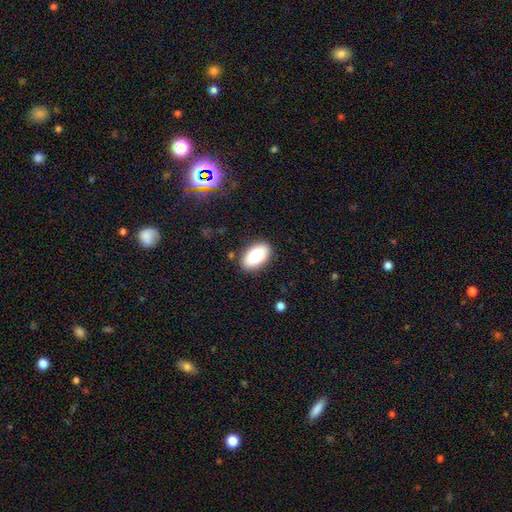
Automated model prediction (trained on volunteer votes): Smooth or featured?
  - smooth: 79% *
  - featured or disk: 14%
  - star or artifact: 7%
How rounded?
  - in between: 93% *
  - round: 5%
  - cigar-shaped: 2%
Merging?
  - none: 87% *
  - minor disturbance: 9%
  - major disturbance: 2%
  - merger: 1%